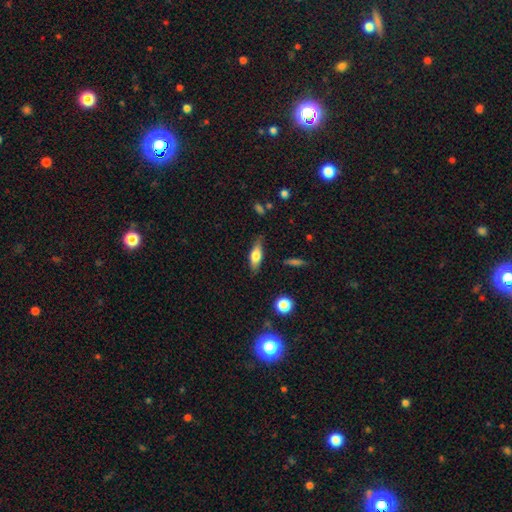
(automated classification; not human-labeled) Smooth or featured? Predicted: smooth (p=0.63). How rounded? Predicted: in between (p=0.64). Merging? Predicted: none (p=0.78).